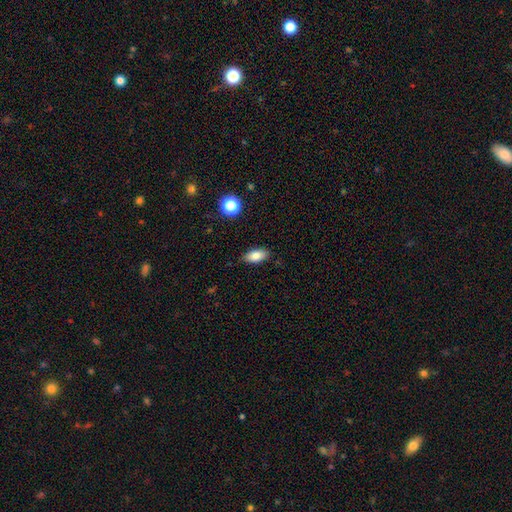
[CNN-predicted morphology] Smooth or featured? Predicted: smooth (p=0.82). How rounded? Predicted: in between (p=0.90). Merging? Predicted: none (p=0.85).